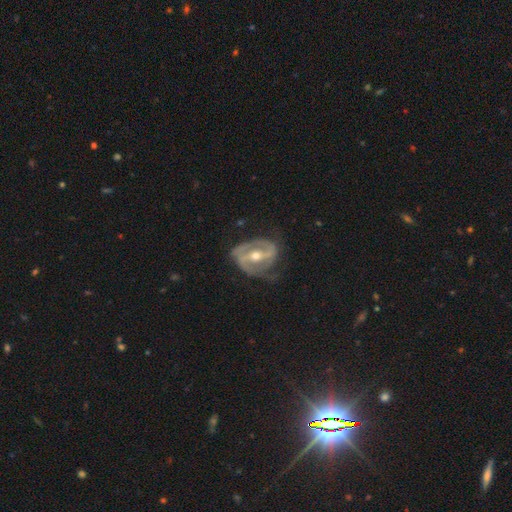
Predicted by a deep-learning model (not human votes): Smooth or featured?
  - featured or disk: 88% *
  - smooth: 7%
  - star or artifact: 5%
Edge-on disk?
  - no: 96% *
  - yes: 4%
Bar?
  - strong: 55% *
  - weak: 31%
  - no: 14%
Spiral arms?
  - yes: 91% *
  - no: 9%
Spiral winding?
  - medium: 44% *
  - tight: 37%
  - loose: 19%
Spiral arm count?
  - 2: 72% *
  - can't tell: 10%
  - 3: 8%
  - 1: 6%
  - 4: 2%
  - more than 4: 2%
Bulge size?
  - moderate: 63% *
  - small: 34%
  - large: 2%
  - none: 1%
  - dominant: 1%
Merging?
  - none: 59% *
  - minor disturbance: 25%
  - major disturbance: 14%
  - merger: 2%